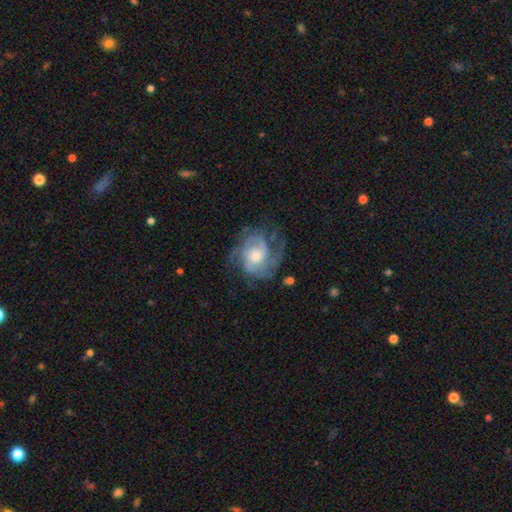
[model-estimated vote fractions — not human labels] This appears to be a featured or disk galaxy (82%) with no bar (70%), 2 (28%) medium (43%) spiral arms (93%) and a moderate central bulge (57%). Merging: none (61%).